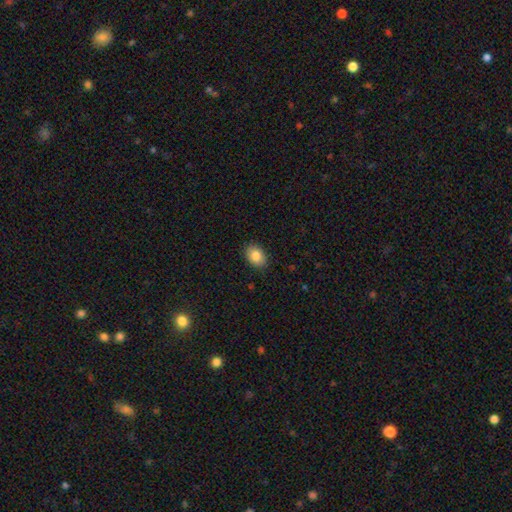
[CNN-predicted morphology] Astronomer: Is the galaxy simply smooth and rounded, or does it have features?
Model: smooth — 86%.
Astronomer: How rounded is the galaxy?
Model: in between — 77%.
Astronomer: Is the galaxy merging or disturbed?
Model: none — 87%.